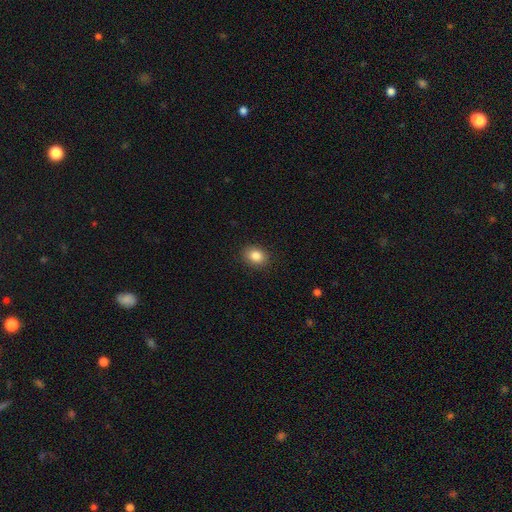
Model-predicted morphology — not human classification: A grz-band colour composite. It shows a smooth galaxy with no disk features (85%) that is in between round and cigar-shaped (60%). Merging: none (89%).